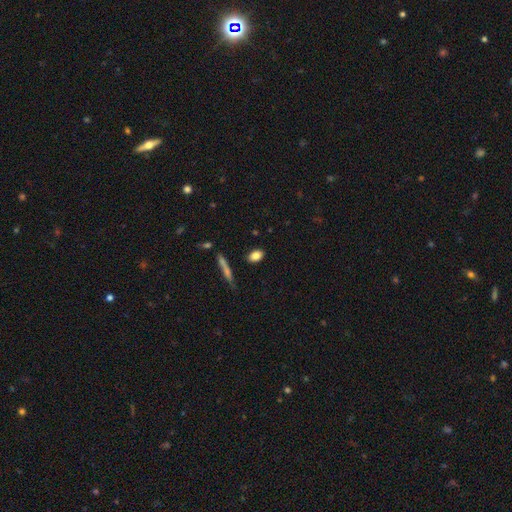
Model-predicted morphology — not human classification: type=smooth (84%); roundness=in between (81%); merging=none (85%).